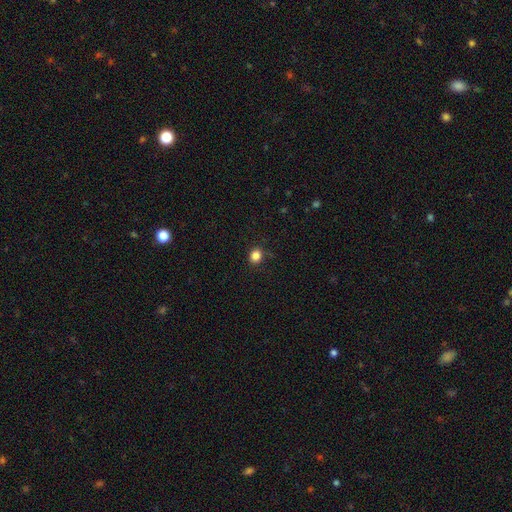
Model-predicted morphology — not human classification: smooth 84%, star or artifact 12%, featured or disk 4%. Down the decision tree: how rounded — round (72%); merging — none (88%).